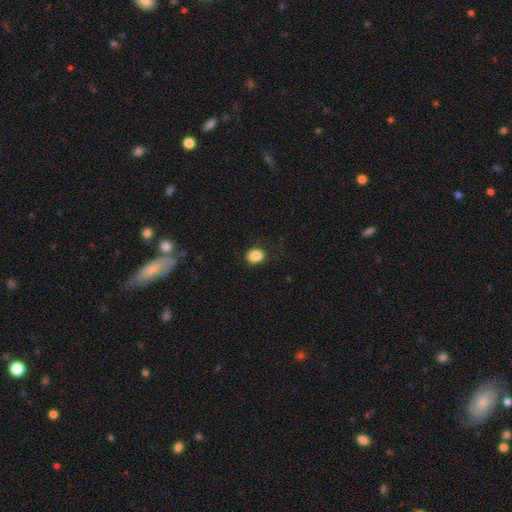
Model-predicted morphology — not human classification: Smooth or featured? smooth (87%)
How rounded? round (56%)
Merging? none (81%)